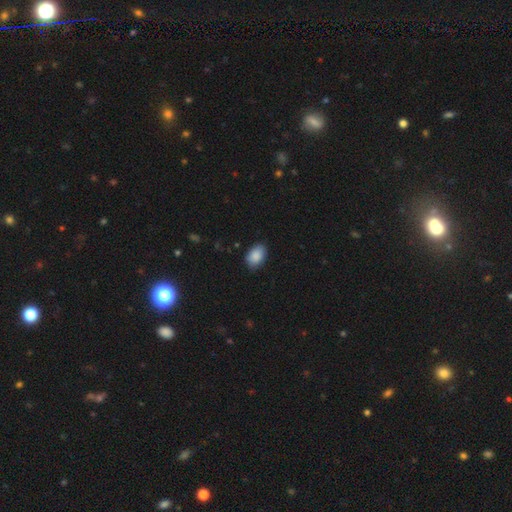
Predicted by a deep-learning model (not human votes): Smooth or featured?
  - smooth: 89% *
  - star or artifact: 7%
  - featured or disk: 4%
How rounded?
  - in between: 87% *
  - round: 12%
  - cigar-shaped: 1%
Merging?
  - none: 83% *
  - minor disturbance: 13%
  - major disturbance: 2%
  - merger: 1%